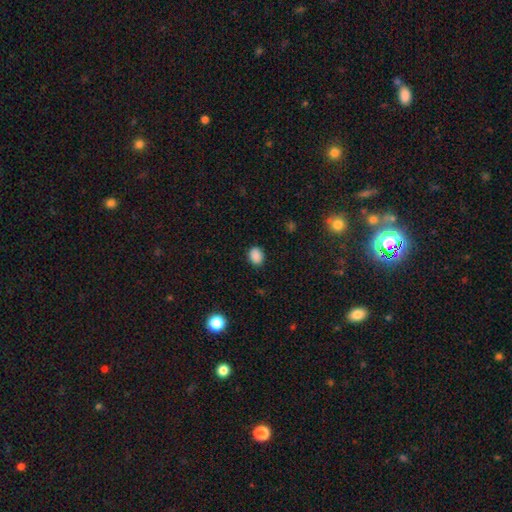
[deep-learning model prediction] smooth-or-featured: smooth: 88% | star or artifact: 10% | featured or disk: 3%
  how-rounded: in between: 56% | round: 44% | cigar-shaped: 1%
  merging: none: 87% | minor disturbance: 9% | major disturbance: 2% | merger: 1%